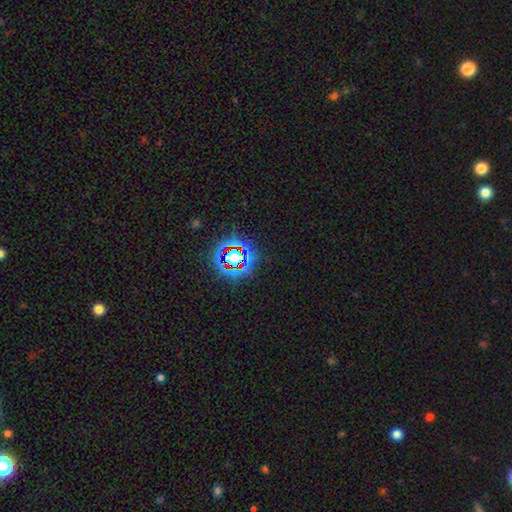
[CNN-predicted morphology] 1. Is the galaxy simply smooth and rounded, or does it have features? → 66% star or artifact, 23% smooth, 11% featured or disk.